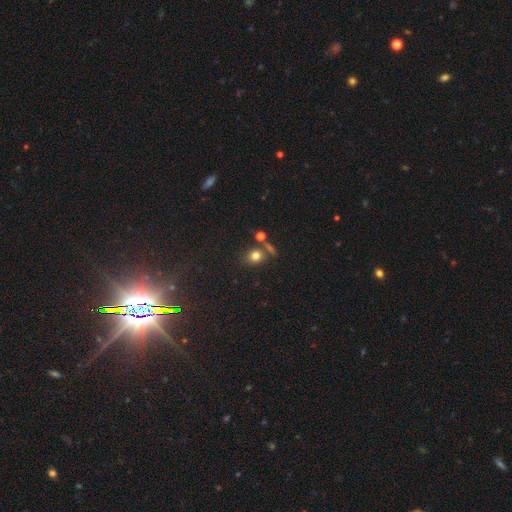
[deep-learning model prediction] Smooth or featured: smooth — 77% (star or artifact — 14%)
How rounded: round — 70% (in between — 29%)
Merging: none — 63% (merger — 19%)